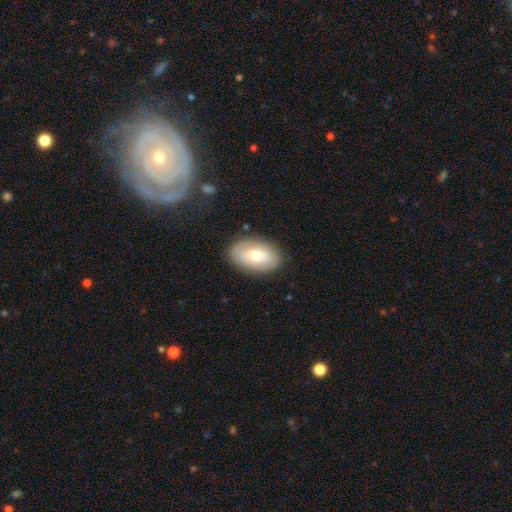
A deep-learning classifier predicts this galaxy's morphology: Q: Smooth or featured?
A: smooth (58%); runner-up: featured or disk (36%)
Q: How rounded?
A: in between (90%); runner-up: round (9%)
Q: Merging?
A: none (84%); runner-up: minor disturbance (12%)